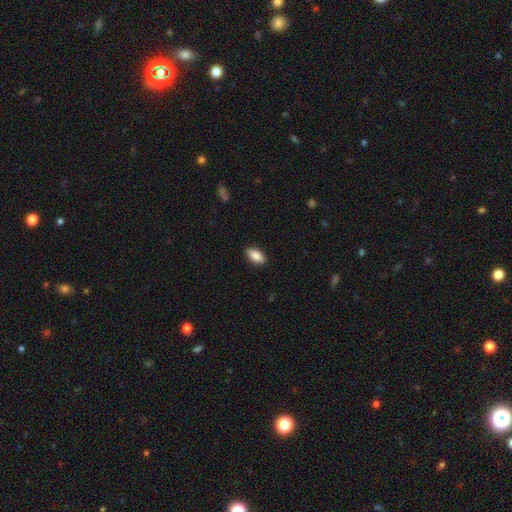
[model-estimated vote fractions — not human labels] Morphology: type=smooth (85%); roundness=in between (90%); merging=none (90%).